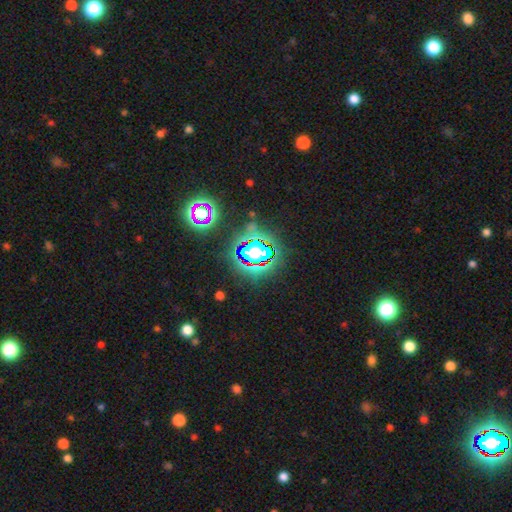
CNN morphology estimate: A star or artifact, not a galaxy (80%).